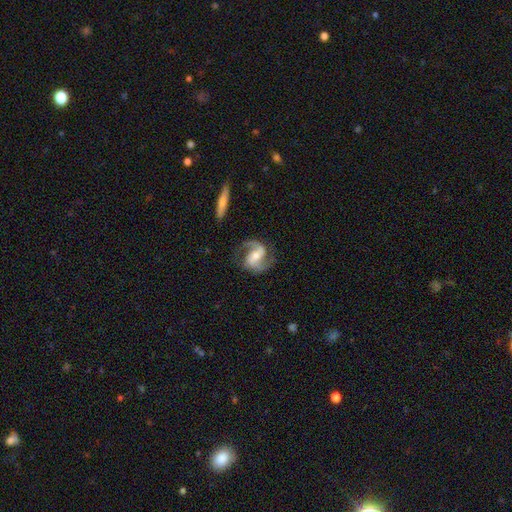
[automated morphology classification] smooth_or_featured: featured or disk (p=0.90) [alt: smooth p=0.06]
disk_edge_on: no (p=0.98) [alt: yes p=0.02]
bar: weak (p=0.42) [alt: strong p=0.35]
has_spiral_arms: yes (p=0.98) [alt: no p=0.02]
spiral_winding: medium (p=0.59) [alt: loose p=0.24]
spiral_arm_count: 2 (p=0.92) [alt: 1 p=0.02]
bulge_size: moderate (p=0.56) [alt: small p=0.35]
merging: none (p=0.79) [alt: minor disturbance p=0.13]